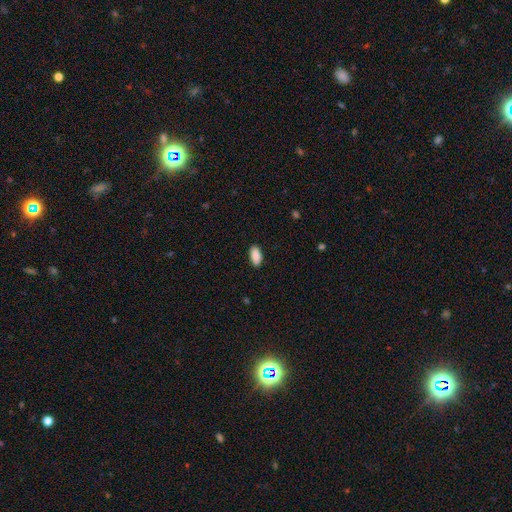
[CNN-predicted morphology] Smooth or featured? smooth (90%)
How rounded? in between (92%)
Merging? none (88%)